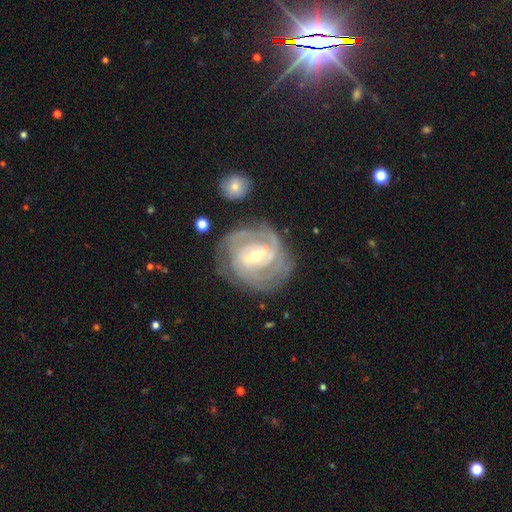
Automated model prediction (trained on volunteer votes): smooth-or-featured: featured or disk: 88% | smooth: 6% | star or artifact: 5%
  disk-edge-on: no: 97% | yes: 3%
    bar: weak: 47% | strong: 33% | no: 20%
    has-spiral-arms: yes: 96% | no: 4%
      spiral-winding: tight: 69% | medium: 26% | loose: 5%
      spiral-arm-count: 3: 28% | can't tell: 25% | 2: 23% | 4: 14% | more than 4: 5% | 1: 5%
    bulge-size: moderate: 50% | small: 46% | large: 2% | none: 1% | dominant: 1%
  merging: none: 73% | minor disturbance: 17% | major disturbance: 8% | merger: 3%